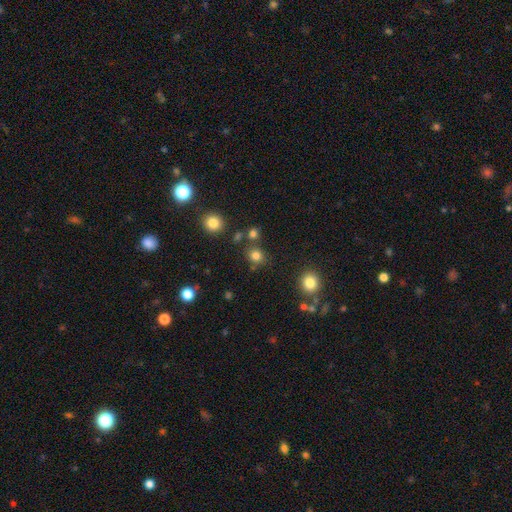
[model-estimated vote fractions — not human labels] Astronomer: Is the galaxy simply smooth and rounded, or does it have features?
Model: smooth — 80%.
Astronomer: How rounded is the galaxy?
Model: round — 83%.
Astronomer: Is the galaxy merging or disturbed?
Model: none — 80%.